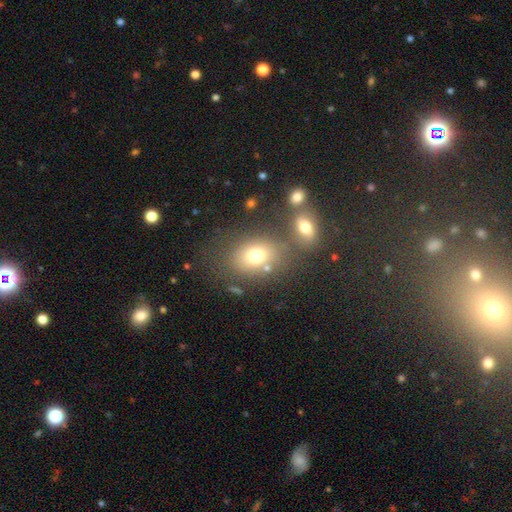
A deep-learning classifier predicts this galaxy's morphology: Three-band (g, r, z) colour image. It shows a smooth galaxy with no disk features (74%) that is in between round and cigar-shaped (60%). Merging: none (62%).